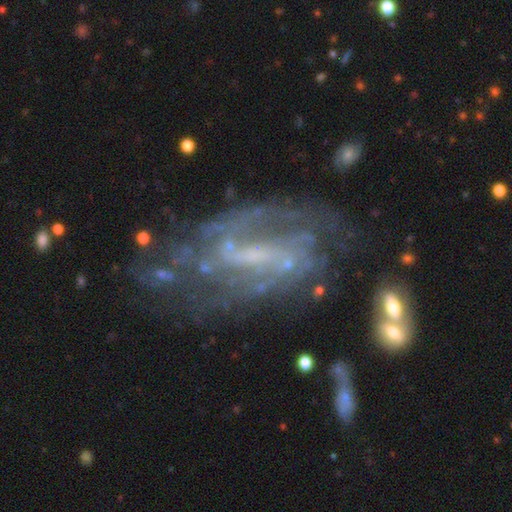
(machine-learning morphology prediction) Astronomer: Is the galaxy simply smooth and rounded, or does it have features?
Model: featured or disk — 84%.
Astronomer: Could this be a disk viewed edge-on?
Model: no — 95%.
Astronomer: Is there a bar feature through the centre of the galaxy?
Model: weak — 45% (runner-up: strong, 34%).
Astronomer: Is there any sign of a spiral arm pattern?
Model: yes — 86%.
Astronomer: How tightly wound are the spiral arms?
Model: medium — 42% (runner-up: tight, 36%).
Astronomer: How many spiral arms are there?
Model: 2 — 41% (runner-up: can't tell, 35%).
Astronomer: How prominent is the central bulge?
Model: small — 41% (runner-up: none, 36%).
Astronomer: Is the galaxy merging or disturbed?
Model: none — 58%.